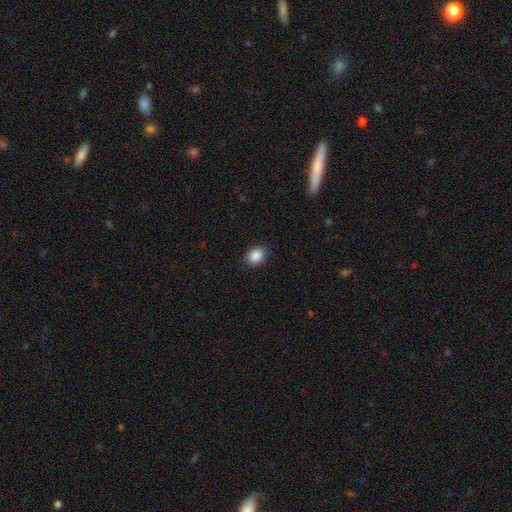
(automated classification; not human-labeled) Smooth or featured? Predicted: smooth (p=0.89). How rounded? Predicted: in between (p=0.67). Merging? Predicted: none (p=0.88).